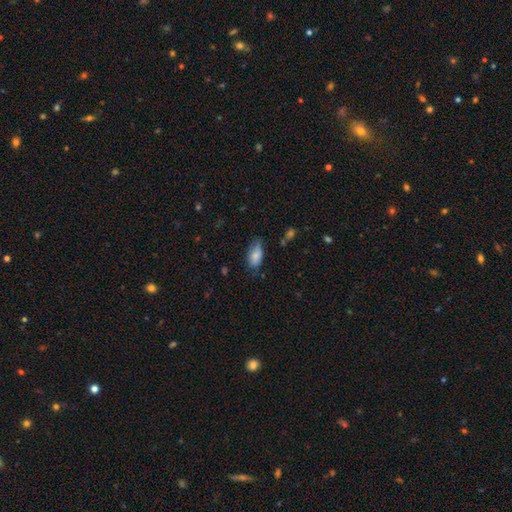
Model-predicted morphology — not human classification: smooth_or_featured: smooth (p=0.80) [alt: featured or disk p=0.13]
how_rounded: in between (p=0.93) [alt: cigar-shaped p=0.04]
merging: none (p=0.57) [alt: minor disturbance p=0.33]